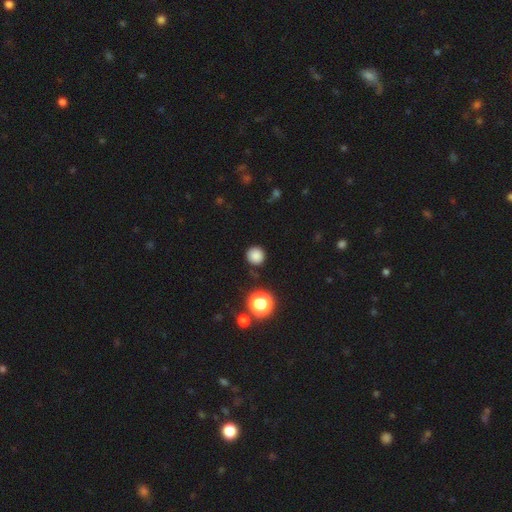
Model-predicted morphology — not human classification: The model was most divided on "smooth or featured": smooth: 83%, star or artifact: 13%, featured or disk: 4%. More confident: how rounded — round (94%); merging — none (88%).